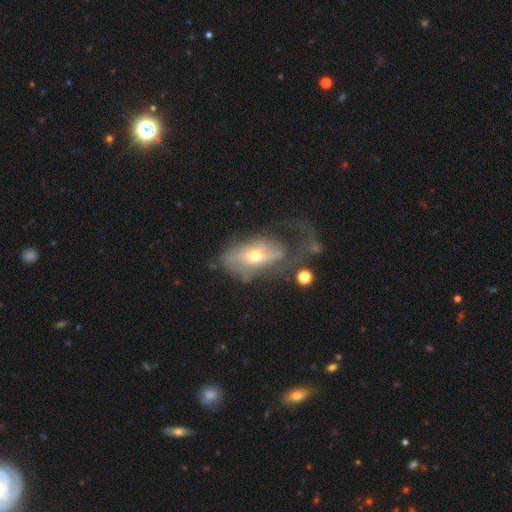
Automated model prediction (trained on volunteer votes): Overall: featured or disk (57%; smooth 35%). Edge-on disk: no (86%). Merging: major disturbance (60%).